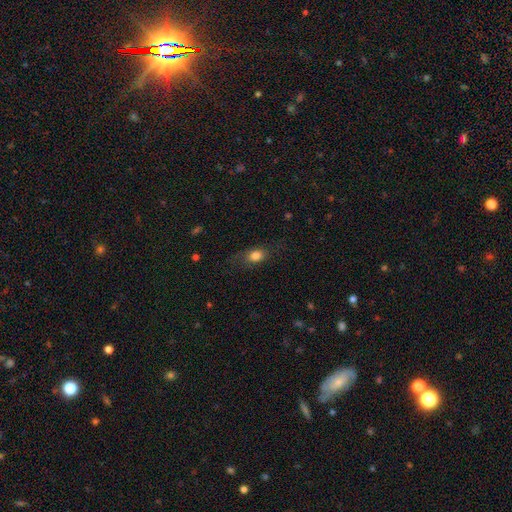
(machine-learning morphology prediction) smooth_or_featured: smooth (p=0.76) [alt: featured or disk p=0.14]
how_rounded: in between (p=0.69) [alt: round p=0.21]
merging: none (p=0.67) [alt: minor disturbance p=0.21]